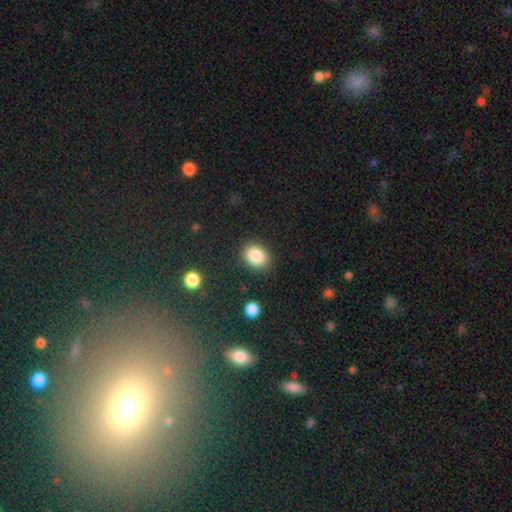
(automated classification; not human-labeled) Smooth or featured: smooth — 86% (star or artifact — 9%)
How rounded: in between — 52% (round — 47%)
Merging: none — 86% (minor disturbance — 9%)